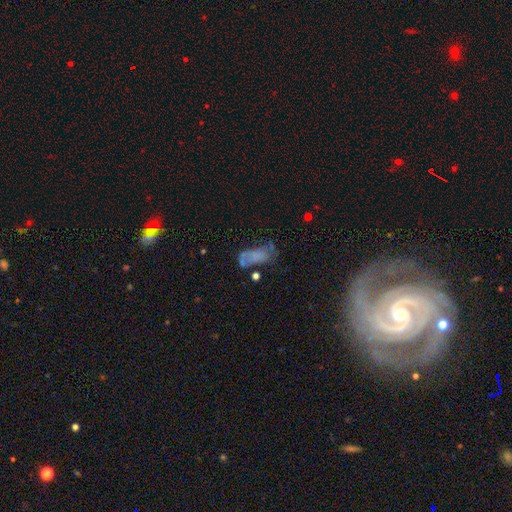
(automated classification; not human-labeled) A smooth galaxy with no disk features (55%) that is in between round and cigar-shaped (87%).

Vote fractions:
- Smooth or featured? smooth: 55% / featured or disk: 31% / star or artifact: 14%
- How rounded? in between: 87% / cigar-shaped: 9% / round: 5%
- Merging? none: 33% / major disturbance: 29% / minor disturbance: 25% / merger: 13%